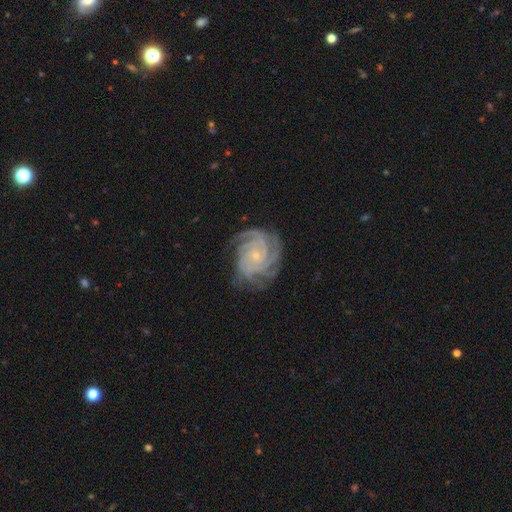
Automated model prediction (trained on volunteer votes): A featured or disk galaxy (91%) with no bar (75%), 4 (40%) tight (77%) spiral arms (99%) and a small central bulge (82%).

Vote fractions:
- Smooth or featured? featured or disk: 91% / star or artifact: 5% / smooth: 4%
- Edge-on disk? no: 98% / yes: 2%
- Bar? no: 75% / weak: 19% / strong: 6%
- Spiral arms? yes: 99% / no: 1%
- Spiral winding? tight: 77% / medium: 20% / loose: 3%
- Spiral arm count? 4: 40% / 3: 22% / more than 4: 11% / can't tell: 11% / 2: 8% / 1: 7%
- Bulge size? small: 82% / moderate: 14% / none: 2% / large: 1% / dominant: 1%
- Merging? none: 76% / minor disturbance: 17% / major disturbance: 6% / merger: 1%